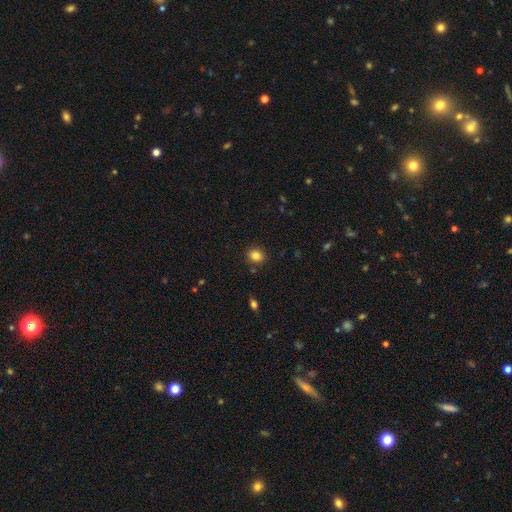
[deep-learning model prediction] This appears to be a smooth galaxy with no disk features (84%) that is round (57%). Merging: none (86%).